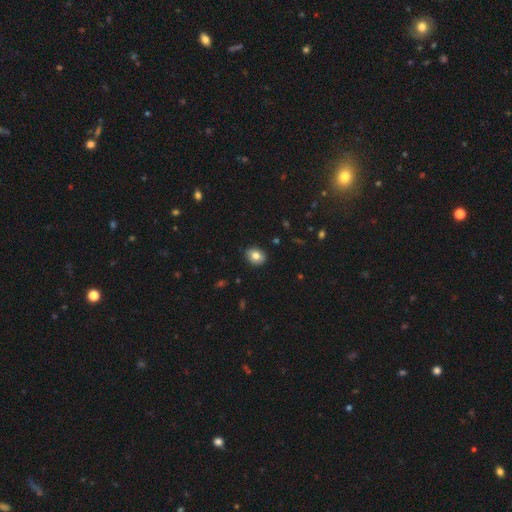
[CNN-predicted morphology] smooth-or-featured: smooth: 78% | featured or disk: 13% | star or artifact: 8%
  how-rounded: round: 53% | in between: 46% | cigar-shaped: 1%
  merging: none: 88% | minor disturbance: 9% | major disturbance: 2% | merger: 1%